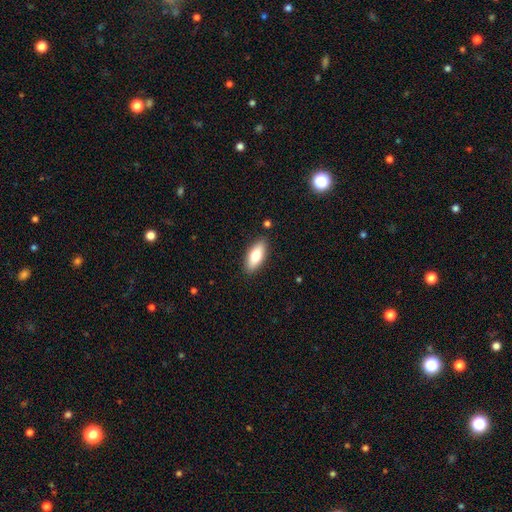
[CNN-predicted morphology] The model was most divided on "smooth or featured": smooth: 77%, featured or disk: 17%, star or artifact: 6%. More confident: merging — none (87%); how rounded — in between (81%).